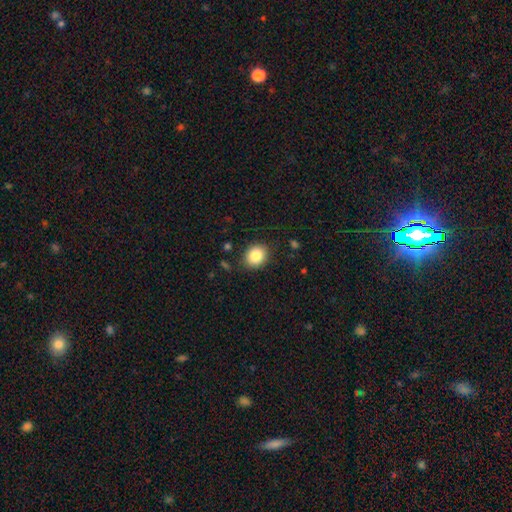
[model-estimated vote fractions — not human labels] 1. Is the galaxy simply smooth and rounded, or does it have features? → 85% smooth, 9% star or artifact, 6% featured or disk.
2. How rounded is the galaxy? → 63% round, 36% in between, 1% cigar-shaped.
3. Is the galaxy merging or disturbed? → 86% none, 10% minor disturbance, 3% major disturbance, 1% merger.